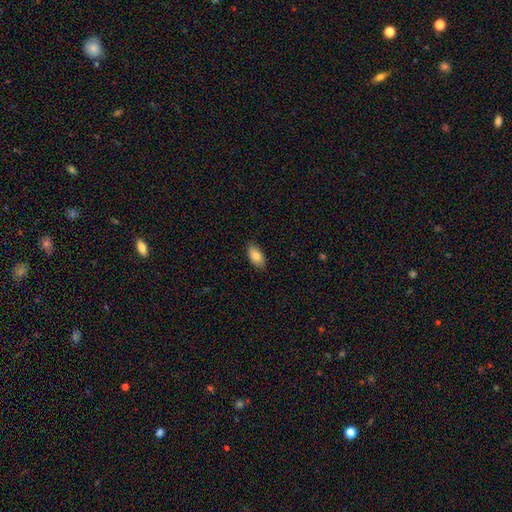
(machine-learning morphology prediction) smooth-or-featured: smooth: 83% | featured or disk: 10% | star or artifact: 7%
  how-rounded: in between: 93% | cigar-shaped: 4% | round: 3%
  merging: none: 87% | minor disturbance: 10% | major disturbance: 2% | merger: 1%